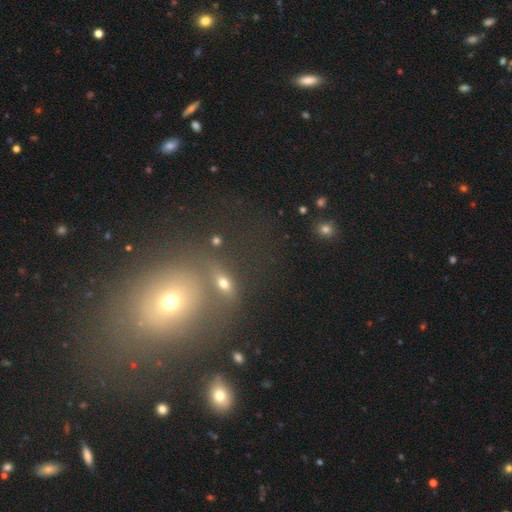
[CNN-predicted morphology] Smooth or featured? smooth (50%)
Merging? none (67%)